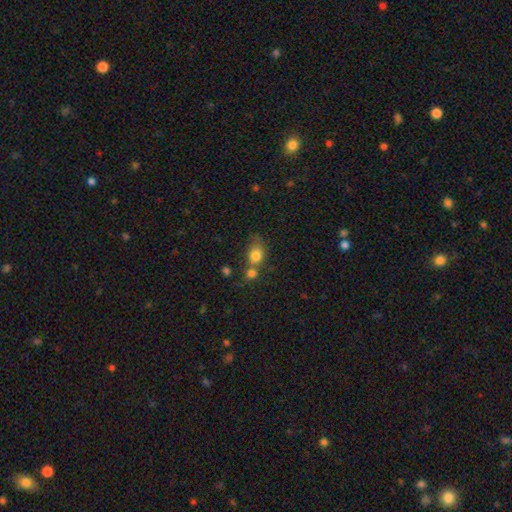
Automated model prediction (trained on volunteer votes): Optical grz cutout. It shows a smooth galaxy with no disk features (79%) that is round (52%). Merging: merger (43%).